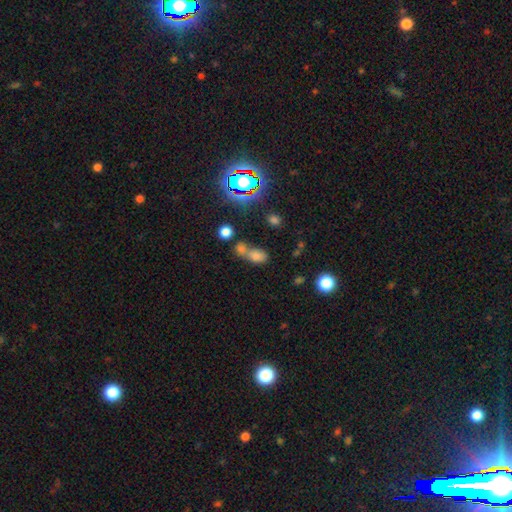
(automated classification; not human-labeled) smooth-or-featured: smooth: 67% | star or artifact: 21% | featured or disk: 12%
  how-rounded: in between: 75% | round: 21% | cigar-shaped: 4%
  merging: merger: 54% | none: 31% | minor disturbance: 9% | major disturbance: 5%